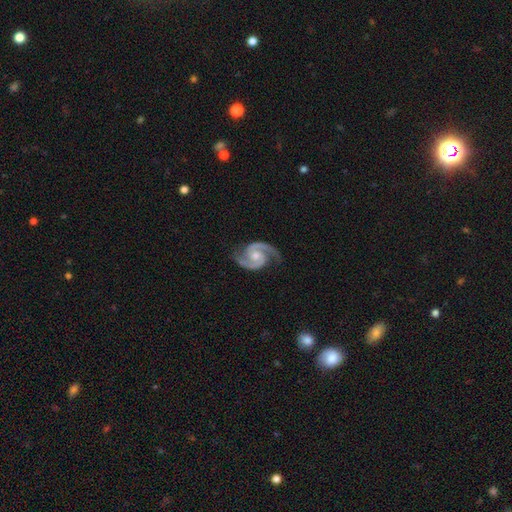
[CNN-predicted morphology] This is clearly a featured or disk galaxy (94%). It is clearly not viewed edge-on (98%). Bar: likely no (61%). Spiral arm pattern: clearly yes (99%). Spiral arm count: clearly 2 (94%). Spiral winding: possibly medium (59%). Central bulge: possibly moderate (59%). Merging: clearly none (82%).